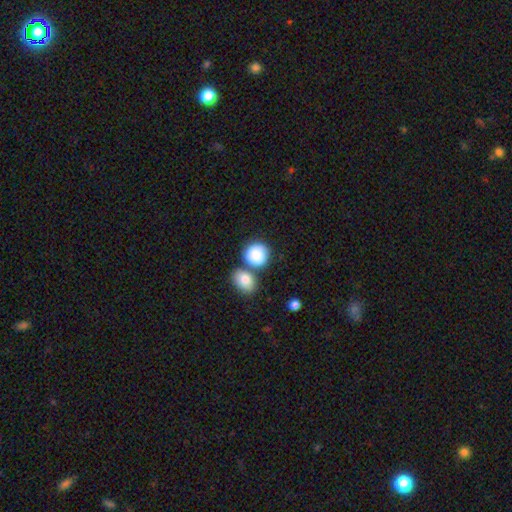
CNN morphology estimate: Smooth or featured?
  - smooth: 85% *
  - featured or disk: 8%
  - star or artifact: 7%
How rounded?
  - round: 79% *
  - in between: 20%
  - cigar-shaped: 1%
Merging?
  - none: 52% *
  - merger: 31%
  - minor disturbance: 12%
  - major disturbance: 4%